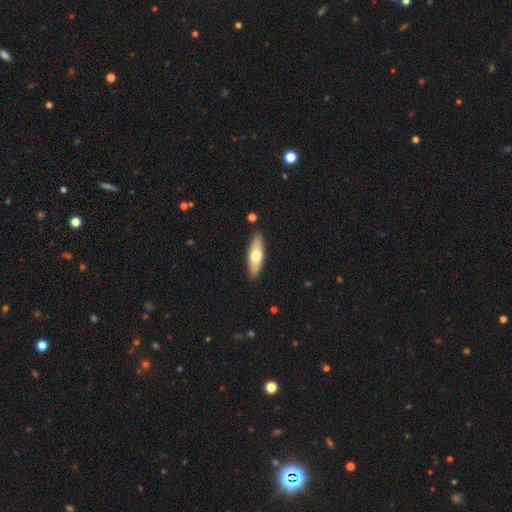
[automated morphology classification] smooth_or_featured: smooth (p=0.60) [alt: featured or disk p=0.34]
how_rounded: in between (p=0.53) [alt: cigar-shaped p=0.45]
merging: none (p=0.89) [alt: minor disturbance p=0.08]